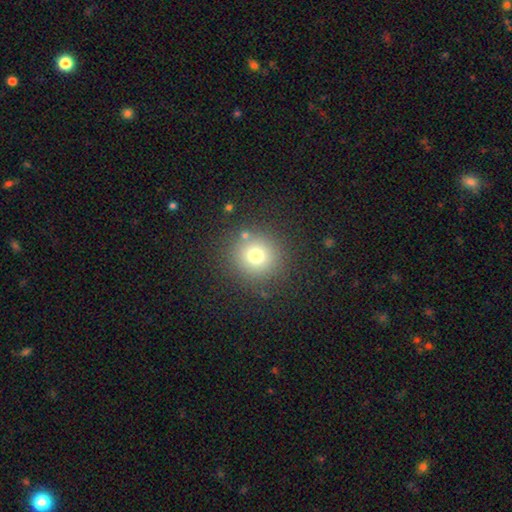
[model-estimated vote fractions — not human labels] Morphology: type=smooth (74%); roundness=round (94%); merging=none (86%).